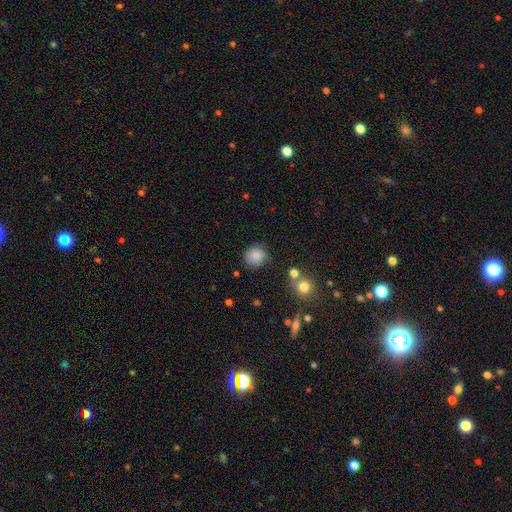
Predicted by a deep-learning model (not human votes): Smooth or featured: smooth — 84% (star or artifact — 9%)
How rounded: round — 85% (in between — 14%)
Merging: none — 79% (minor disturbance — 14%)